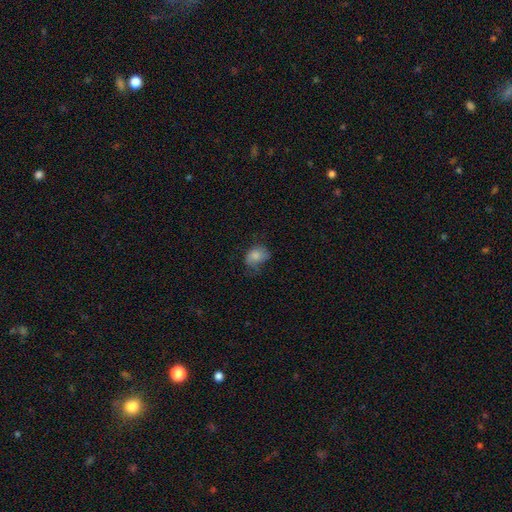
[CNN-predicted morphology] Overall: smooth (77%). How rounded: in between (60%; round 39%). Merging: none (45%; minor disturbance 33%).